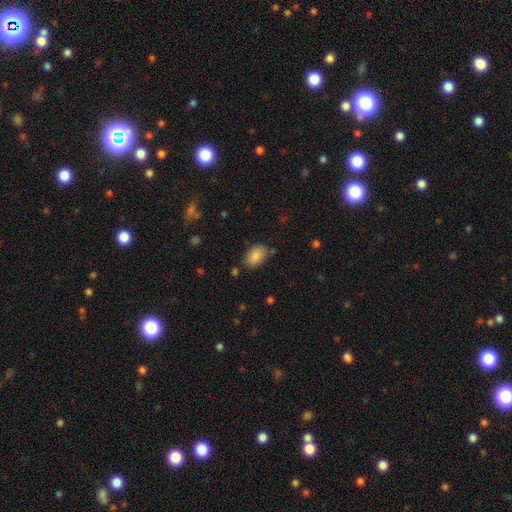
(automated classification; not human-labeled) The model was most divided on "merging": none: 78%, minor disturbance: 15%, major disturbance: 4%, merger: 4%. More confident: how rounded — in between (89%); smooth or featured — smooth (88%).